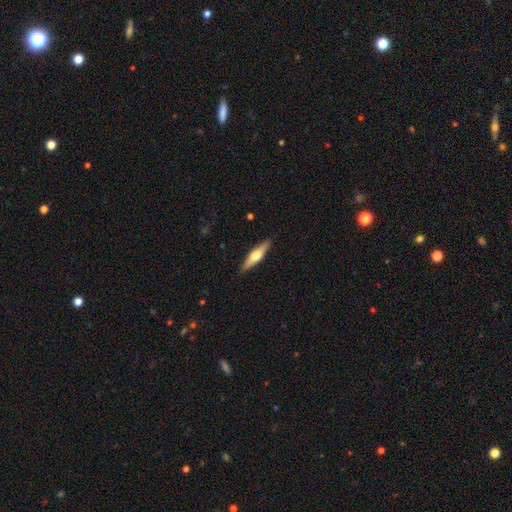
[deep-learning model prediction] This is possibly a featured or disk galaxy (53%). It is clearly viewed edge-on (95%). Merging: clearly none (90%).